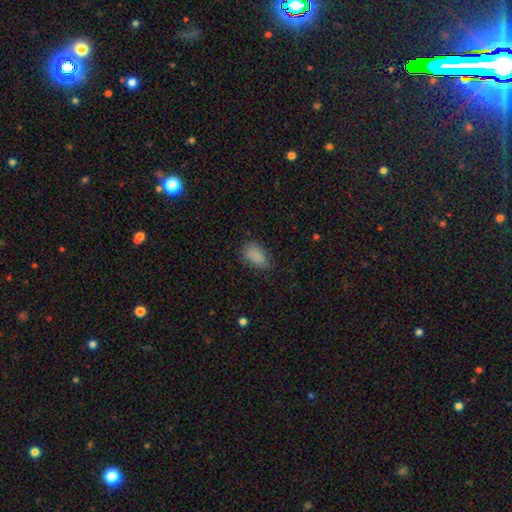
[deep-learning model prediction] Smooth or featured? smooth (87%)
How rounded? in between (91%)
Merging? none (78%)